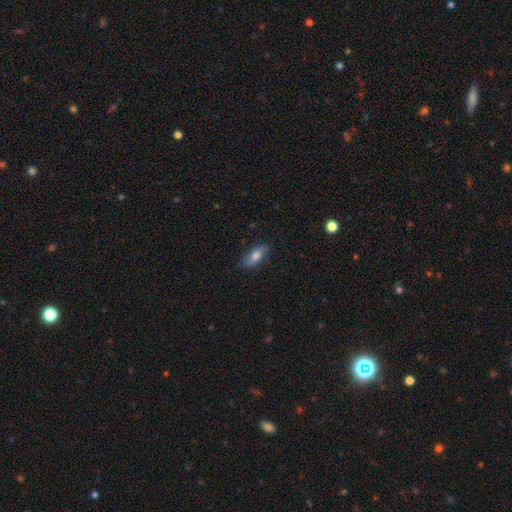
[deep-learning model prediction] Smooth or featured?
  - smooth: 68% *
  - featured or disk: 25%
  - star or artifact: 7%
How rounded?
  - in between: 80% *
  - cigar-shaped: 16%
  - round: 4%
Merging?
  - none: 82% *
  - minor disturbance: 14%
  - major disturbance: 3%
  - merger: 1%